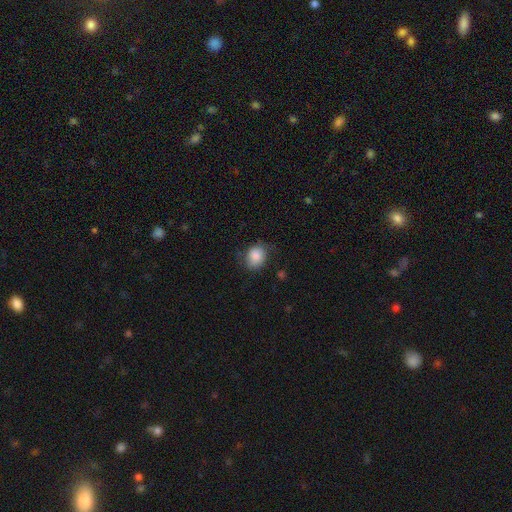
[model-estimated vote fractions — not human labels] Overall: smooth (84%). How rounded: round (62%; in between 37%). Merging: none (68%).